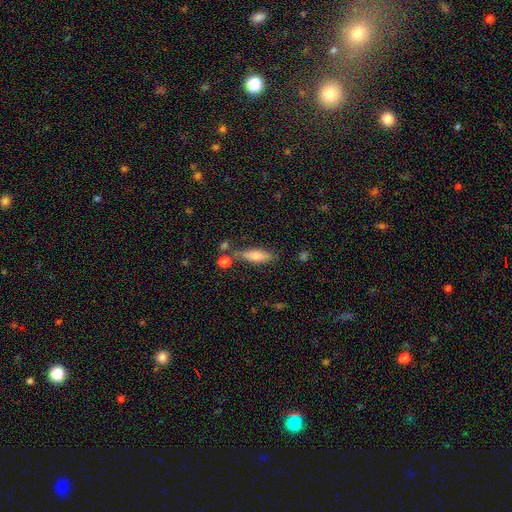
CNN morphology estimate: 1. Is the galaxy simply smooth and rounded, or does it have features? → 55% smooth, 36% featured or disk, 9% star or artifact.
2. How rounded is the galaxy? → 62% cigar-shaped, 36% in between, 3% round.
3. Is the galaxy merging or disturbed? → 70% none, 15% minor disturbance, 11% merger, 4% major disturbance.